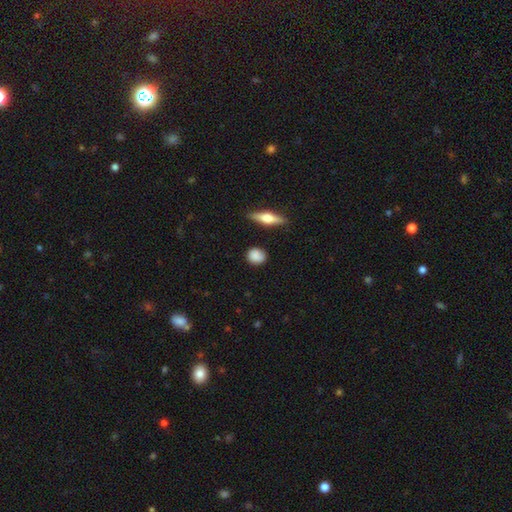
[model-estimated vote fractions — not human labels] The model was most divided on "how rounded": round: 75%, in between: 21%, cigar-shaped: 4%. More confident: smooth or featured — smooth (84%); merging — none (82%).